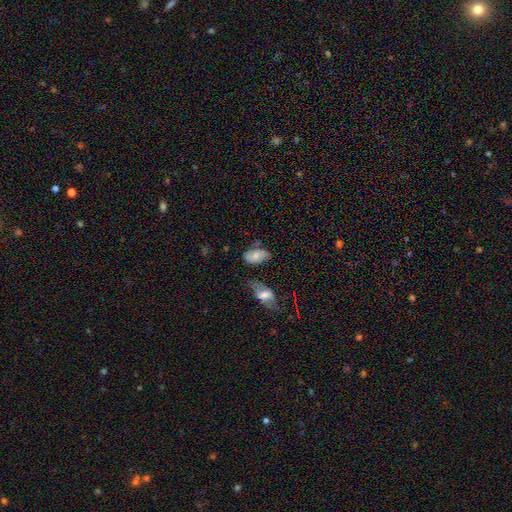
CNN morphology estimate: smooth_or_featured: smooth (p=0.63) [alt: featured or disk p=0.27]
how_rounded: in between (p=0.91) [alt: round p=0.07]
merging: none (p=0.51) [alt: minor disturbance p=0.30]